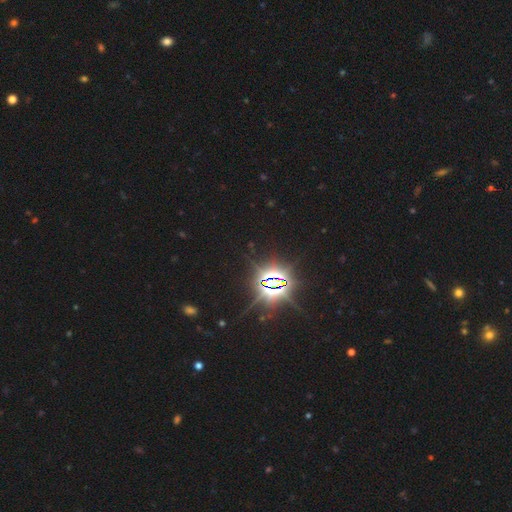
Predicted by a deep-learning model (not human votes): smooth-or-featured: star or artifact: 86% | smooth: 8% | featured or disk: 5%